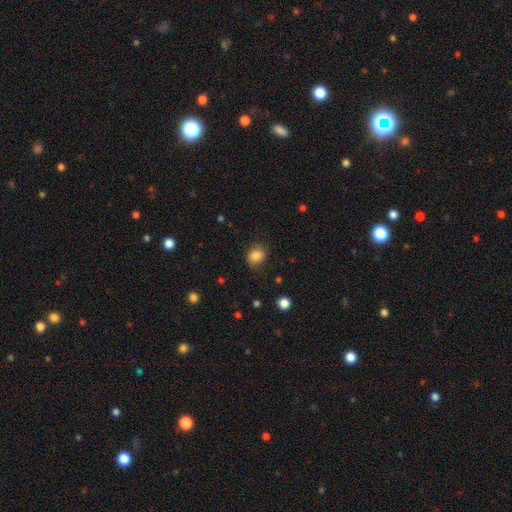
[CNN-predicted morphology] This is clearly a smooth galaxy (82%). How rounded: possibly round (54%). Merging: likely none (74%).